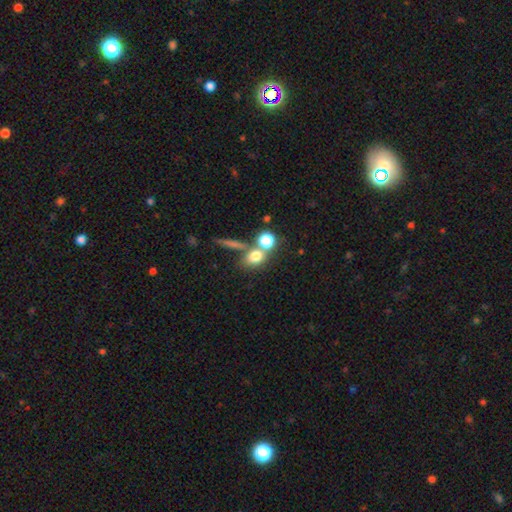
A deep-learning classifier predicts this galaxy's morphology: Q: Smooth or featured?
A: smooth (71%); runner-up: star or artifact (15%)
Q: How rounded?
A: round (58%); runner-up: in between (37%)
Q: Merging?
A: none (52%); runner-up: merger (32%)